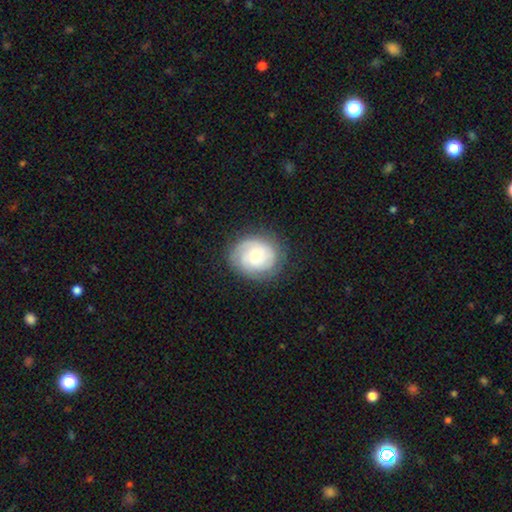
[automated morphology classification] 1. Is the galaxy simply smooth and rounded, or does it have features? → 60% featured or disk, 34% smooth, 7% star or artifact.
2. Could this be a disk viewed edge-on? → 97% no, 3% yes.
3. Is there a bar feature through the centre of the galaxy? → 63% no, 31% weak, 6% strong.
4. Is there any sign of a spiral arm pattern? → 86% yes, 14% no.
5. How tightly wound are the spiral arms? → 63% tight, 27% medium, 9% loose.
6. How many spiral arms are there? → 34% can't tell (tied), 34% 2 (tied), 17% 3, 7% 1, 4% 4, 3% more than 4.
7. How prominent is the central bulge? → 57% moderate, 35% small, 5% large, 1% none, 1% dominant.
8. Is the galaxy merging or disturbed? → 78% none, 15% minor disturbance, 6% major disturbance, 1% merger.